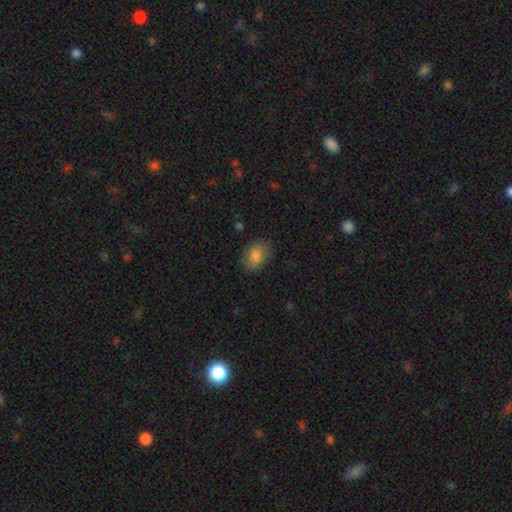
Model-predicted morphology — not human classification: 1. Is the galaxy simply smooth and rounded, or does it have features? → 83% smooth, 9% featured or disk, 8% star or artifact.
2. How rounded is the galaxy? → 73% in between, 26% round, 1% cigar-shaped.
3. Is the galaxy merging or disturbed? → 77% none, 17% minor disturbance, 5% major disturbance, 1% merger.